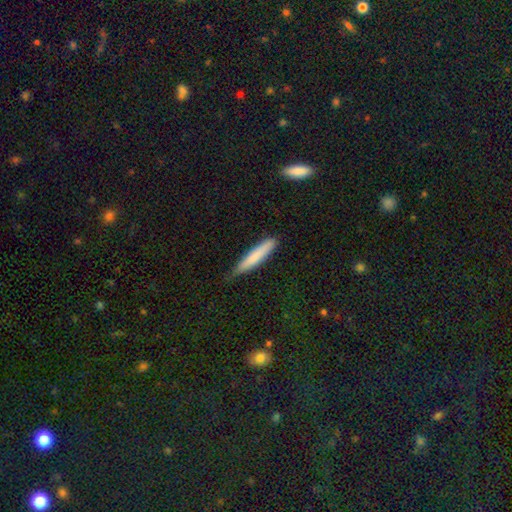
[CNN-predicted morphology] Smooth or featured? smooth (78%)
How rounded? cigar-shaped (91%)
Merging? none (70%)